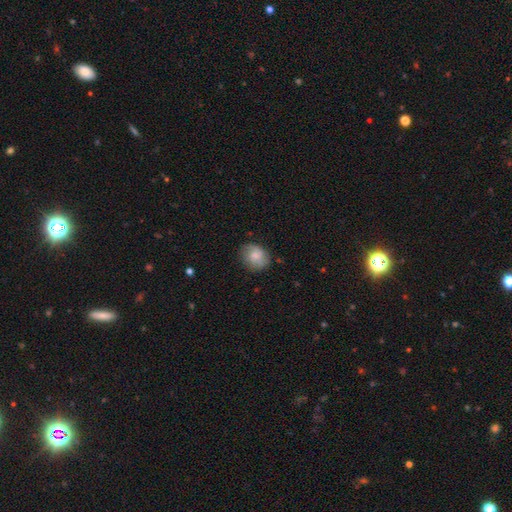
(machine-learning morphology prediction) smooth 73%, featured or disk 19%, star or artifact 8%. Down the decision tree: how rounded — round (54%); merging — none (74%).